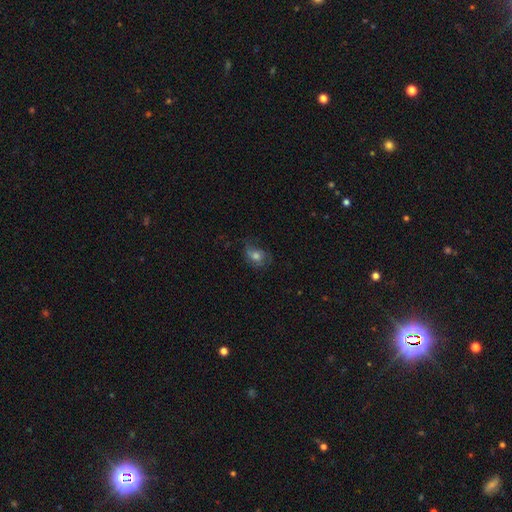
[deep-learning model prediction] Overall: smooth (57%; featured or disk 31%). How rounded: in between (59%; round 39%). Merging: none (51%; minor disturbance 29%).